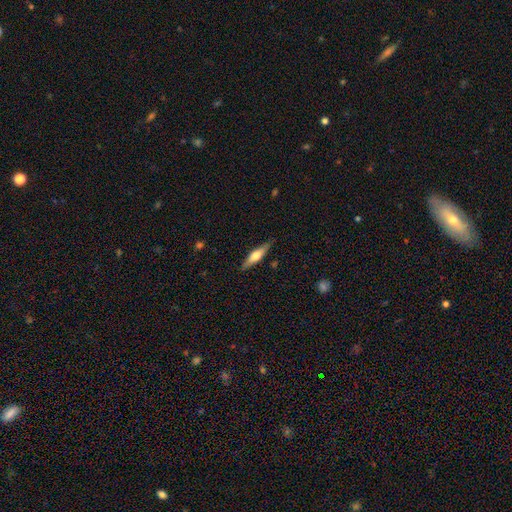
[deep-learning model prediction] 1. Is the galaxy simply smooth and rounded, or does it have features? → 57% featured or disk, 38% smooth, 5% star or artifact.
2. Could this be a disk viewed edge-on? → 95% yes, 5% no.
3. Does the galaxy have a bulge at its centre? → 89% rounded, 8% boxy, 4% none.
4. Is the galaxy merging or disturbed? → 88% none, 9% minor disturbance, 2% major disturbance, 1% merger.